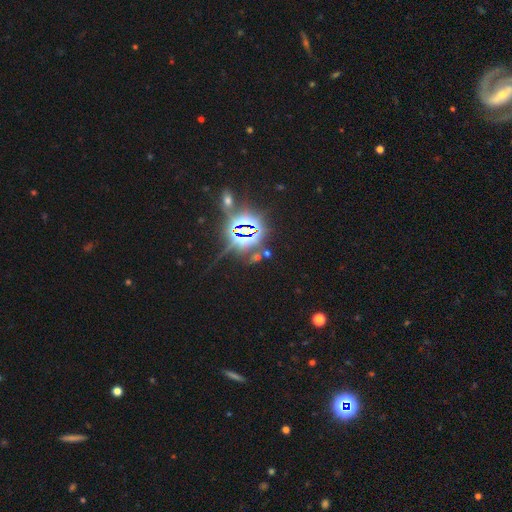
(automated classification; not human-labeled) A star or artifact, not a galaxy (83%).

Vote fractions:
- Smooth or featured? star or artifact: 83% / smooth: 8% / featured or disk: 8%